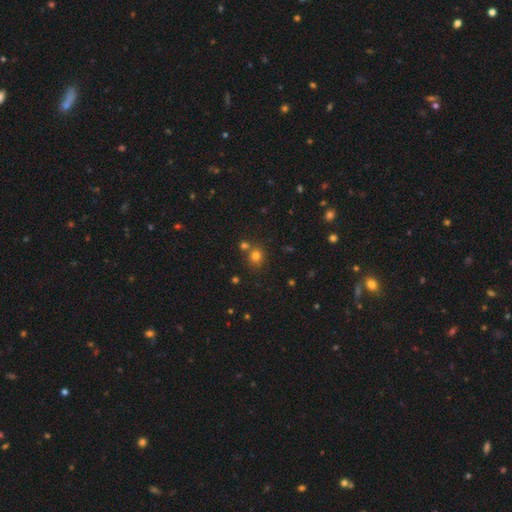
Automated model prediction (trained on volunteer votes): A smooth galaxy with no disk features (76%) that is round (80%).

Vote fractions:
- Smooth or featured? smooth: 76% / star or artifact: 17% / featured or disk: 7%
- How rounded? round: 80% / in between: 19% / cigar-shaped: 1%
- Merging? none: 66% / merger: 22% / minor disturbance: 9% / major disturbance: 3%